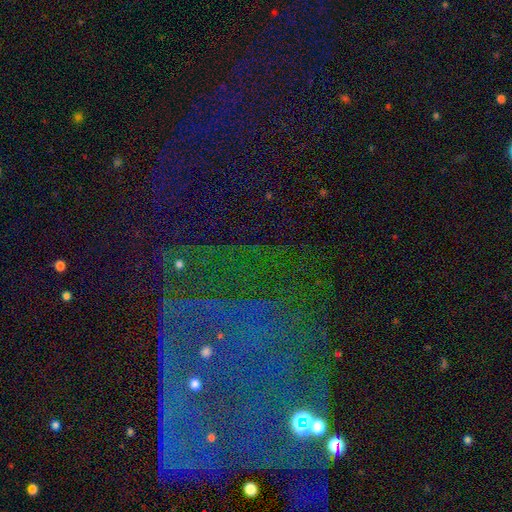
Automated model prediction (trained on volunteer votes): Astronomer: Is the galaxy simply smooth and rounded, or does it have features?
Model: star or artifact — 67%.